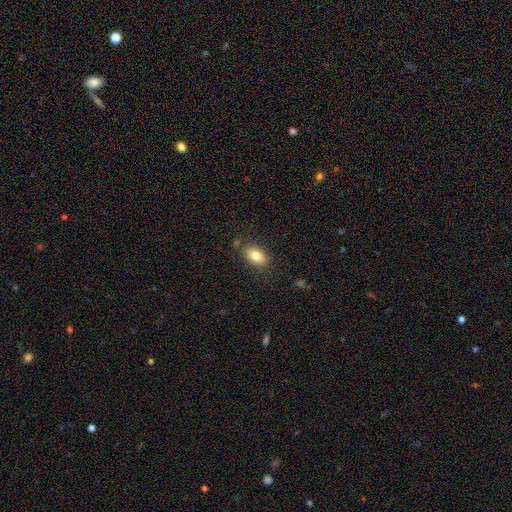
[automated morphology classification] A smooth galaxy with no disk features (80%) that is in between round and cigar-shaped (88%). Merging: none (80%).